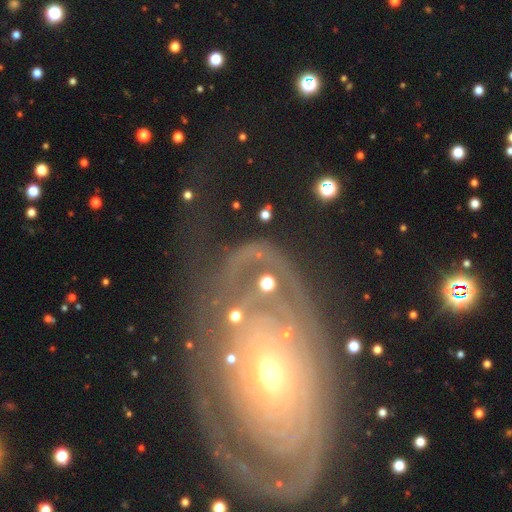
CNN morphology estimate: This appears to be a featured or disk galaxy (68%) with no bar (69%), spiral arms (73%) and a small central bulge (46%). Merging: none (43%).